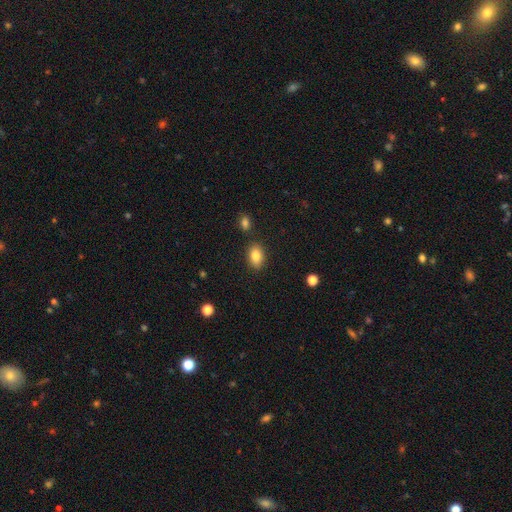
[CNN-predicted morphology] Smooth or featured? smooth (84%)
How rounded? in between (86%)
Merging? none (84%)